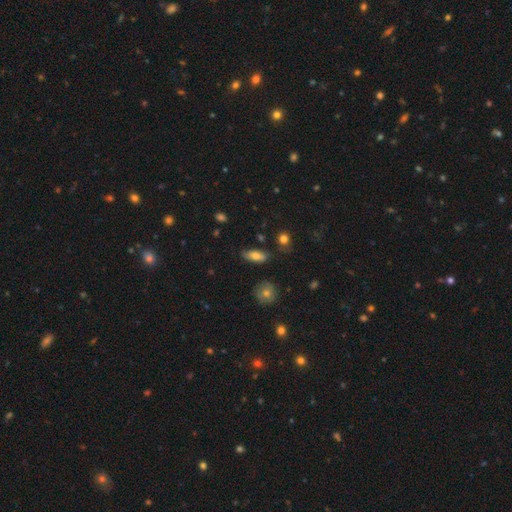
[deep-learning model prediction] smooth_or_featured: smooth (p=0.75) [alt: featured or disk p=0.17]
how_rounded: in between (p=0.77) [alt: cigar-shaped p=0.19]
merging: none (p=0.74) [alt: minor disturbance p=0.19]